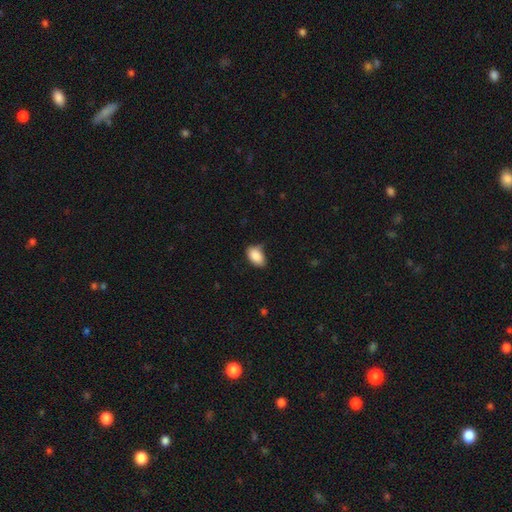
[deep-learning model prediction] This appears to be a smooth galaxy with no disk features (88%) that is in between round and cigar-shaped (90%). Merging: none (61%).